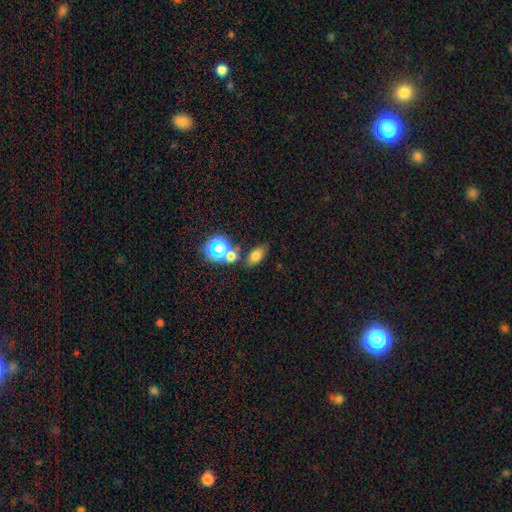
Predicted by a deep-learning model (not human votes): The model was most divided on "smooth or featured": smooth: 67%, star or artifact: 21%, featured or disk: 13%. More confident: how rounded — in between (80%); merging — none (69%).